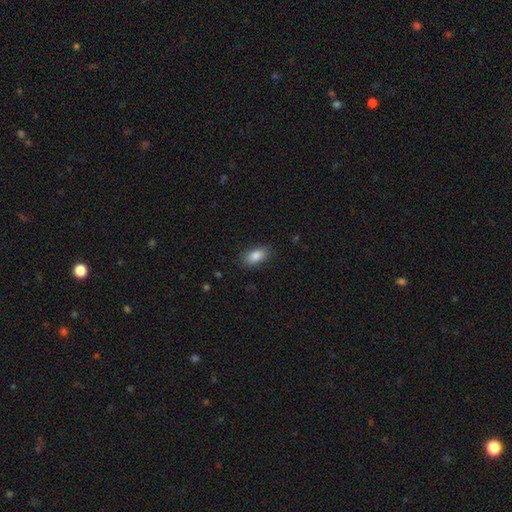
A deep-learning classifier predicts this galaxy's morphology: type=smooth (87%); roundness=in between (91%); merging=none (86%).